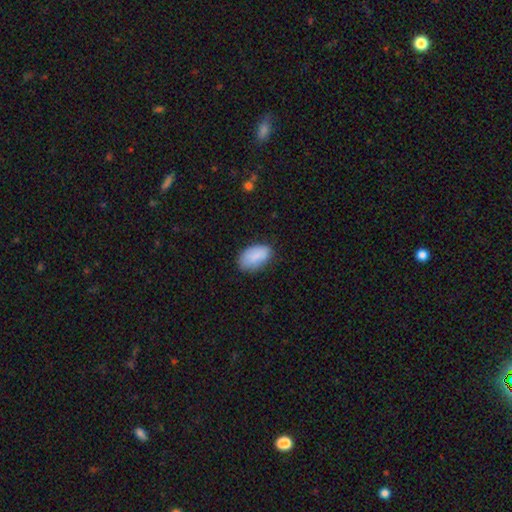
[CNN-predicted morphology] smooth_or_featured: smooth (p=0.87) [alt: star or artifact p=0.07]
how_rounded: in between (p=0.94) [alt: round p=0.04]
merging: none (p=0.74) [alt: minor disturbance p=0.20]